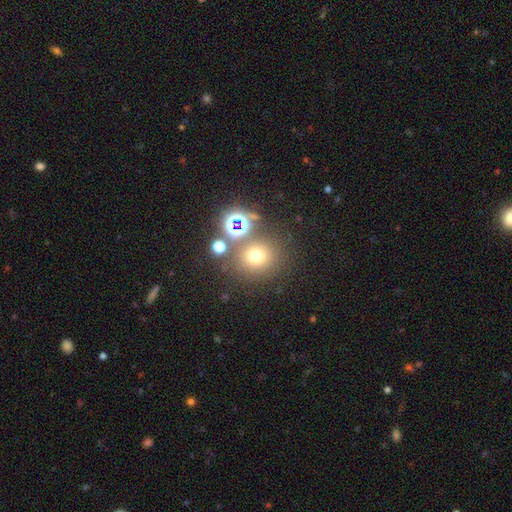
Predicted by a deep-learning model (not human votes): The model was most divided on "smooth or featured": smooth: 64%, star or artifact: 27%, featured or disk: 9%. More confident: how rounded — round (87%); merging — none (74%).